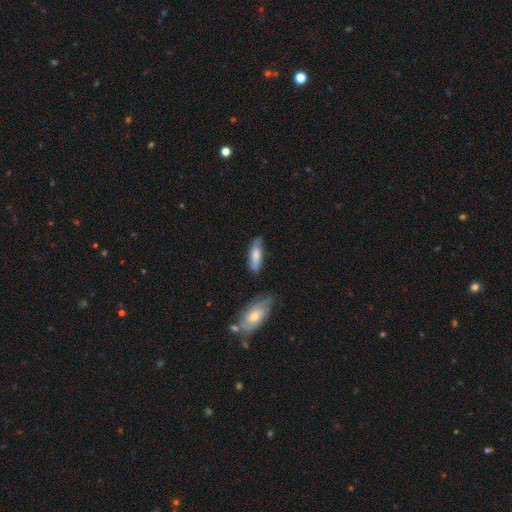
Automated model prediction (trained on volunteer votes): Smooth or featured? Predicted: smooth (p=0.73). How rounded? Predicted: in between (p=0.55). Merging? Predicted: none (p=0.70).